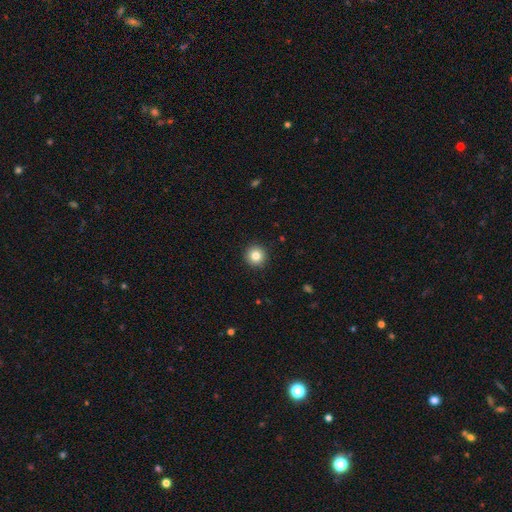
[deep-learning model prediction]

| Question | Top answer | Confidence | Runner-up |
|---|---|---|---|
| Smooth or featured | smooth | 83% | star or artifact (10%) |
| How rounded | round | 95% | in between (4%) |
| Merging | none | 93% | minor disturbance (5%) |